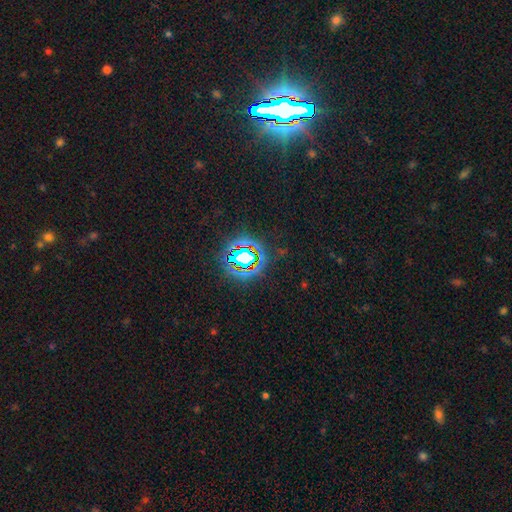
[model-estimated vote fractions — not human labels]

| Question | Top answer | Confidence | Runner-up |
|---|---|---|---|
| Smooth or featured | star or artifact | 79% | featured or disk (11%) |